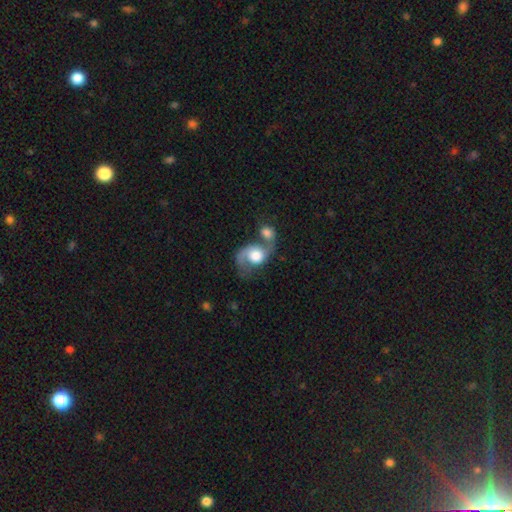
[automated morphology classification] Smooth or featured?
  - featured or disk: 64% *
  - smooth: 29%
  - star or artifact: 7%
Edge-on disk?
  - no: 97% *
  - yes: 3%
Bar?
  - no: 75% *
  - weak: 21%
  - strong: 4%
Spiral arms?
  - yes: 87% *
  - no: 13%
Spiral winding?
  - loose: 54% *
  - medium: 35%
  - tight: 11%
Spiral arm count?
  - 2: 70% *
  - 1: 24%
  - can't tell: 4%
  - 3: 1%
  - more than 4: 1%
  - 4: 1%
Bulge size?
  - large: 51% *
  - moderate: 30%
  - dominant: 10%
  - small: 5%
  - none: 3%
Merging?
  - merger: 60% *
  - none: 18%
  - major disturbance: 13%
  - minor disturbance: 9%